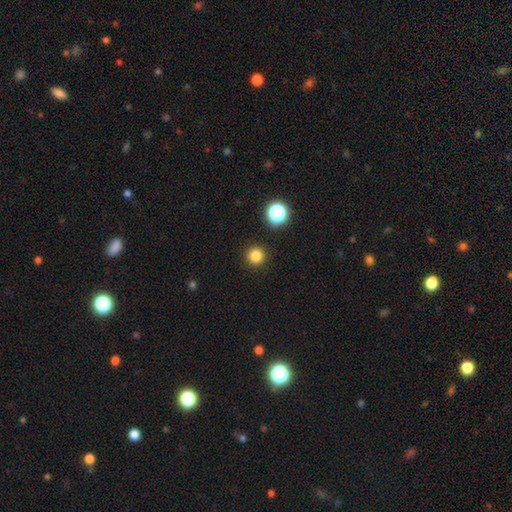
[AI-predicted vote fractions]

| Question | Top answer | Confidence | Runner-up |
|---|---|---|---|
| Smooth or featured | smooth | 82% | star or artifact (14%) |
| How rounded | round | 96% | in between (3%) |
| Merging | none | 92% | minor disturbance (5%) |